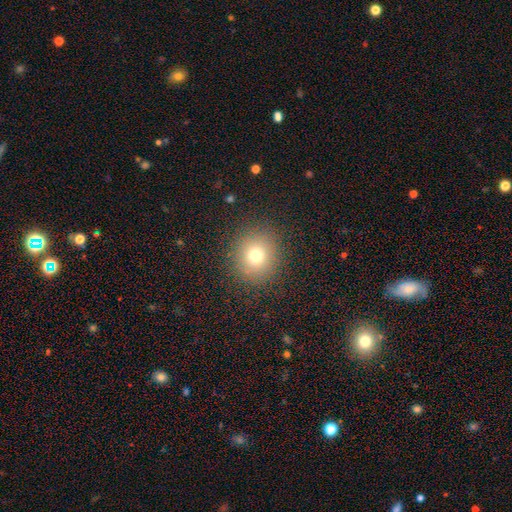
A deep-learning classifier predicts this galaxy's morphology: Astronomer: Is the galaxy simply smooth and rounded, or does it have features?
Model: smooth — 74%.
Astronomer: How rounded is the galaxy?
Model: round — 90%.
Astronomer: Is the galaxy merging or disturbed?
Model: none — 89%.